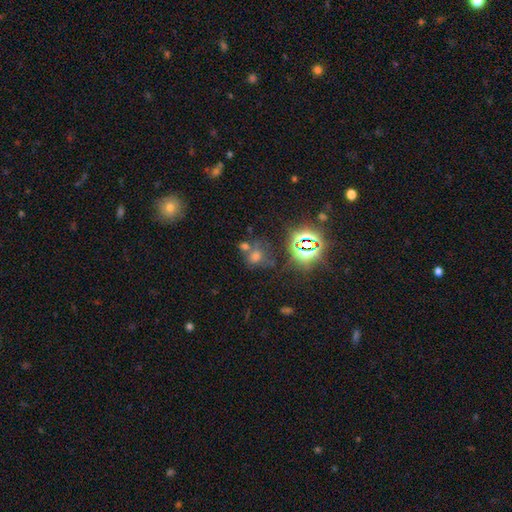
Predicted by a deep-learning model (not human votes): Smooth or featured?
  - star or artifact: 47% *
  - smooth: 41%
  - featured or disk: 13%